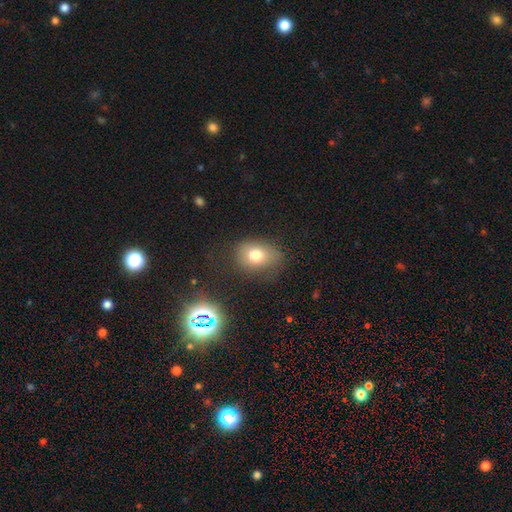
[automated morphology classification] This is likely a smooth galaxy (73%). How rounded: likely in between (61%). Merging: likely none (63%).